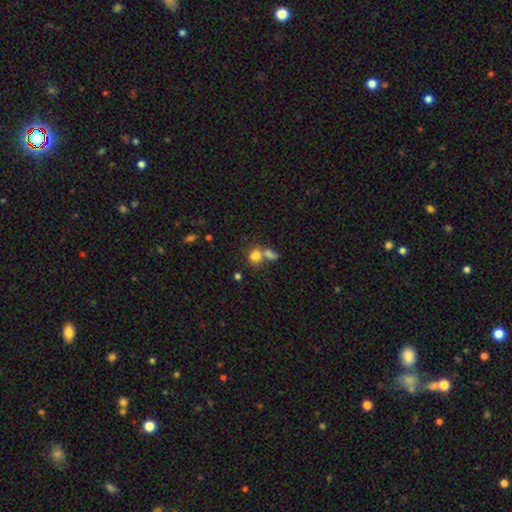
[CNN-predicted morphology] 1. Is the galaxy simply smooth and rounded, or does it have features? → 79% smooth, 12% star or artifact, 10% featured or disk.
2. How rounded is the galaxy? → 58% round, 40% in between, 2% cigar-shaped.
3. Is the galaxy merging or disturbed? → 48% merger, 37% none, 9% minor disturbance, 6% major disturbance.